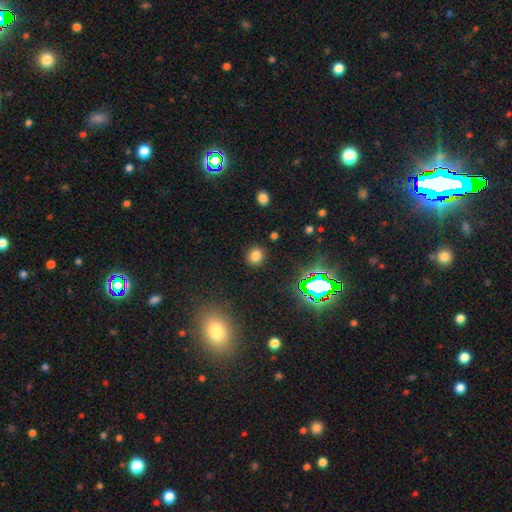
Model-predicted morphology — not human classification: type=smooth (75%); roundness=round (73%); merging=none (88%).